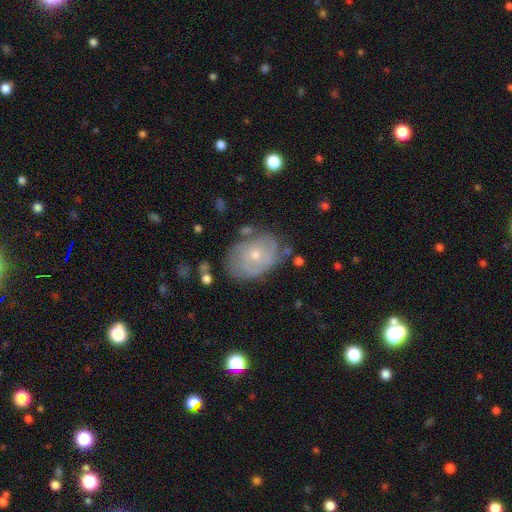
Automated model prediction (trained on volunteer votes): Smooth or featured: featured or disk — 54% (smooth — 38%)
Edge-on disk: no — 96% (yes — 4%)
Bar: no — 83% (weak — 14%)
Spiral arms: yes — 62% (no — 38%)
Bulge size: small — 56% (moderate — 40%)
Merging: none — 62% (minor disturbance — 25%)